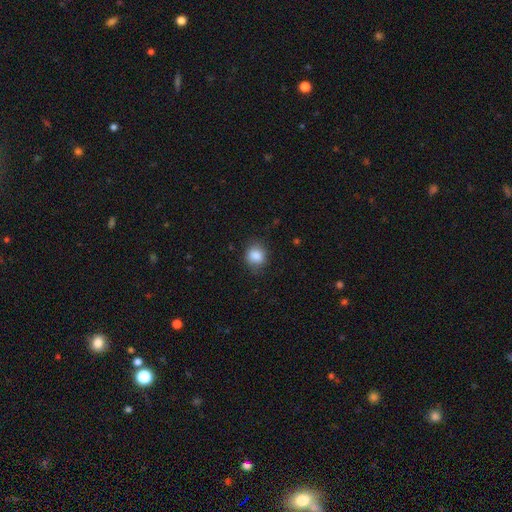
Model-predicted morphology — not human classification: This is clearly a smooth galaxy (86%). How rounded: likely round (71%). Merging: likely none (79%).